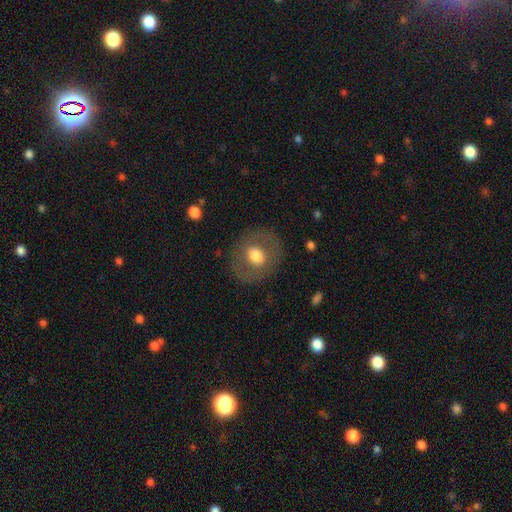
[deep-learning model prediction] Overall: smooth (61%; featured or disk 31%). How rounded: round (70%). Merging: none (83%).